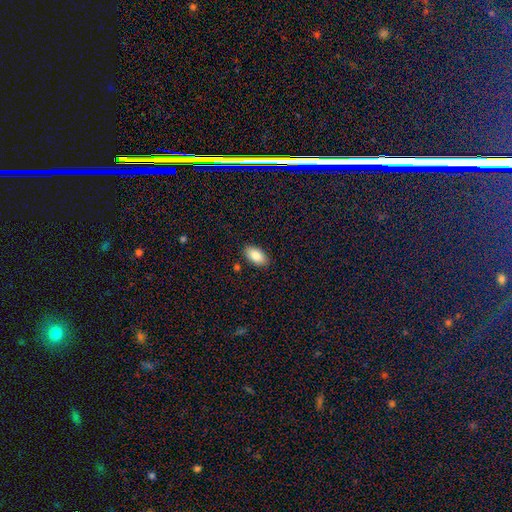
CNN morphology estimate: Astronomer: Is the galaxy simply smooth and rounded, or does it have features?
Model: smooth — 84%.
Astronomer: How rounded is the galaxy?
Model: in between — 94%.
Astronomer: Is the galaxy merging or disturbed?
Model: none — 87%.